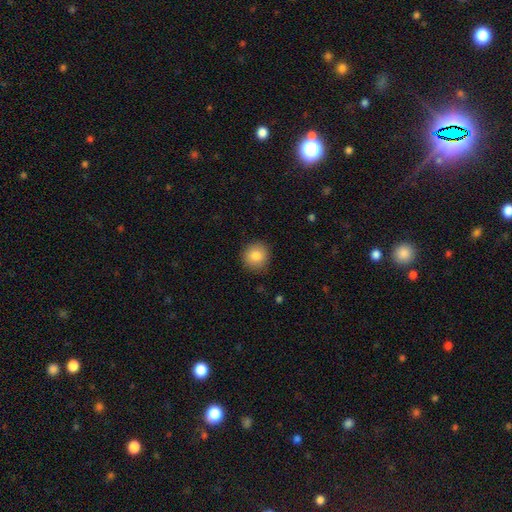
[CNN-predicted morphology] The model was most divided on "smooth or featured": smooth: 85%, star or artifact: 9%, featured or disk: 6%. More confident: how rounded — round (92%); merging — none (89%).